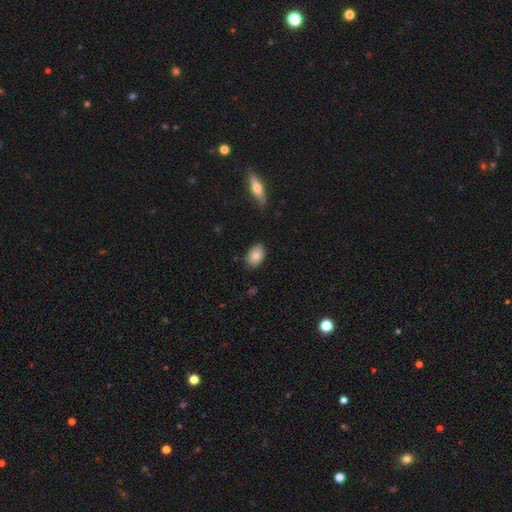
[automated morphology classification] type=smooth (84%); roundness=in between (85%); merging=none (81%).